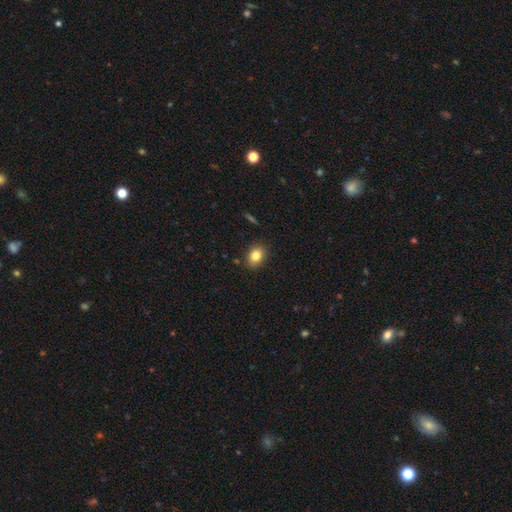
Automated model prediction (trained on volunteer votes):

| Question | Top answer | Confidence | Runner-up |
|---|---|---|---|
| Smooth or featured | smooth | 83% | star or artifact (9%) |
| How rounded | in between | 67% | round (32%) |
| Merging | none | 86% | minor disturbance (10%) |